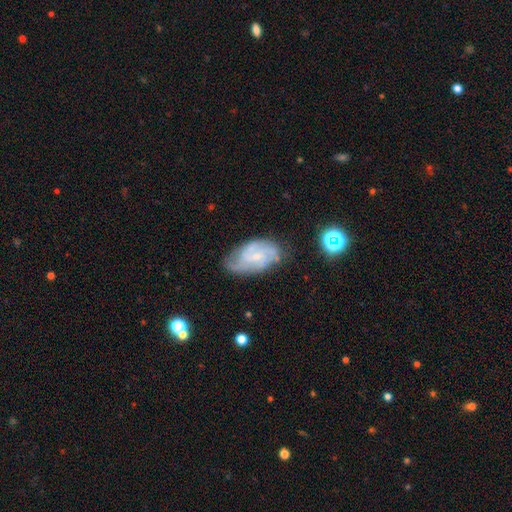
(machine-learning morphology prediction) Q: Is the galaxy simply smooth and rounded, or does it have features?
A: featured or disk — 77%.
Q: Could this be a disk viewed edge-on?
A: no — 96%.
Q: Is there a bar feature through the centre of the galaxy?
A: no — 50%.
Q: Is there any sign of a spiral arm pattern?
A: yes — 93%.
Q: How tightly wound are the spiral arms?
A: medium — 44%.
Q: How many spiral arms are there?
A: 2 — 33%.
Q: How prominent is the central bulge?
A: small — 71%.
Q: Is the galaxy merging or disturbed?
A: none — 64%.